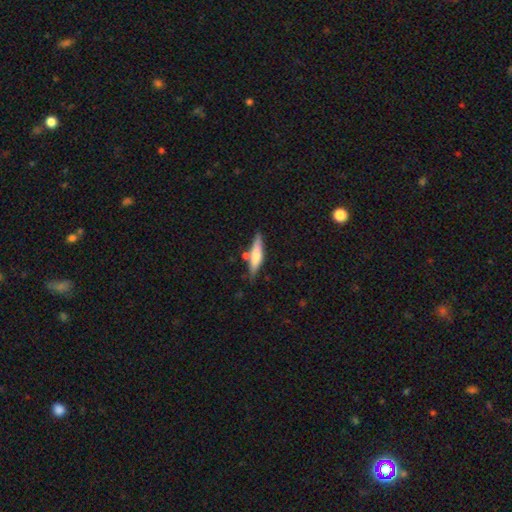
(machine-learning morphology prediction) A smooth galaxy with no disk features (60%) that is cigar-shaped (78%). Merging: none (73%).